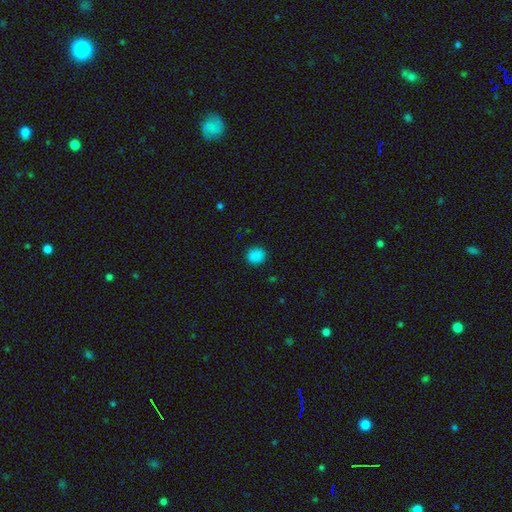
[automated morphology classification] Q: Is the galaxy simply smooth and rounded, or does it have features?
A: smooth — 85%.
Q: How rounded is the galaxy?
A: round — 81%.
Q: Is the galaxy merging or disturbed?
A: none — 89%.